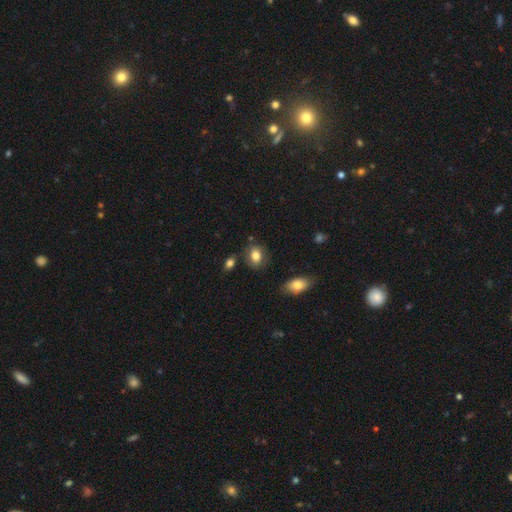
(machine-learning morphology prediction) The model was most divided on "how rounded": in between: 66%, round: 33%, cigar-shaped: 1%. More confident: smooth or featured — smooth (81%); merging — none (75%).